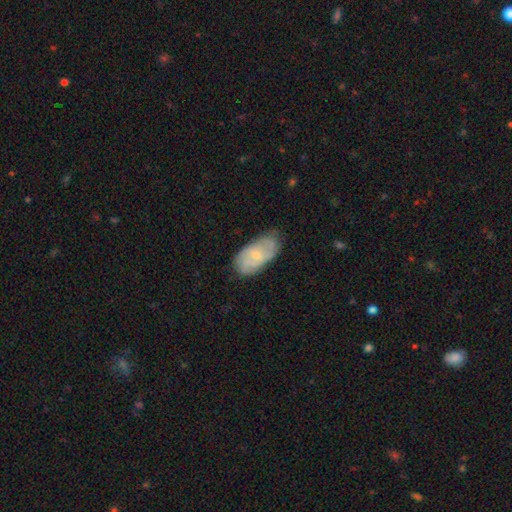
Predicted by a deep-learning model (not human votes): The model was most divided on "smooth or featured": featured or disk: 49%, smooth: 45%, star or artifact: 7%. More confident: merging — none (63%).